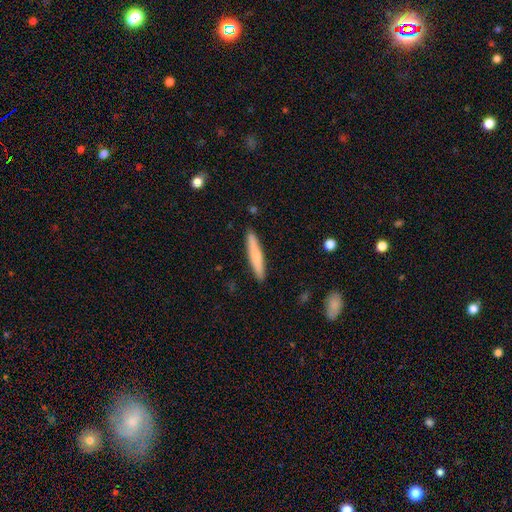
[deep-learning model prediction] This is likely a smooth galaxy (70%). How rounded: clearly cigar-shaped (94%). Merging: clearly none (91%).